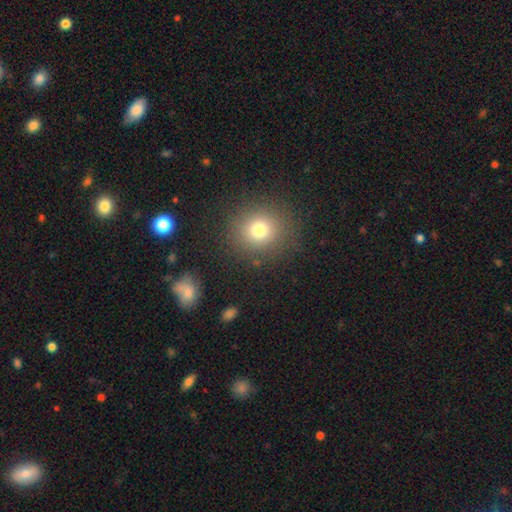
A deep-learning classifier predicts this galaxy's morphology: A smooth galaxy with no disk features (65%) that is round (90%). Merging: none (91%).